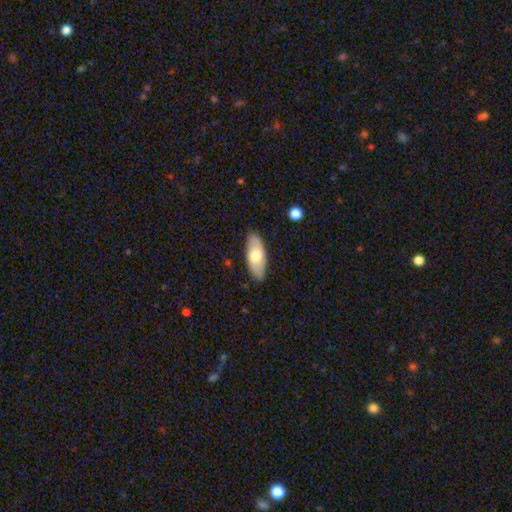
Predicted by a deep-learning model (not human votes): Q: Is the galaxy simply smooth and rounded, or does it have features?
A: smooth — 69%.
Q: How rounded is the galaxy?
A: in between — 85%.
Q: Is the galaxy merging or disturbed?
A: none — 86%.